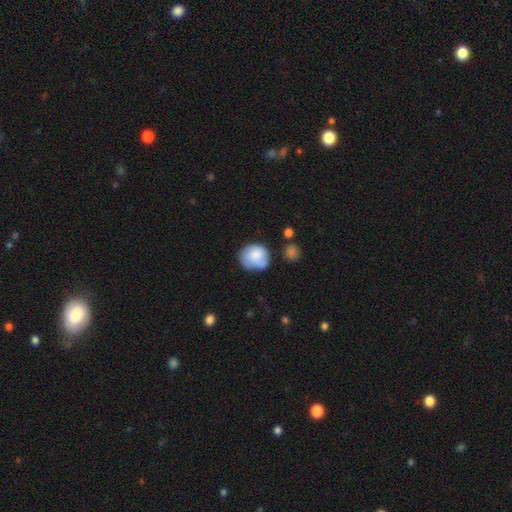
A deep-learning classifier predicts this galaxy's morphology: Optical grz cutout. It shows a smooth galaxy with no disk features (76%) that is round (74%). Merging: none (53%).